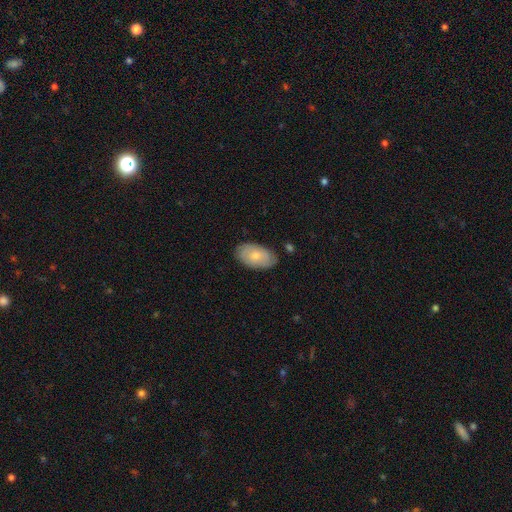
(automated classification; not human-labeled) smooth 69%, featured or disk 25%, star or artifact 6%. Down the decision tree: how rounded — in between (94%); merging — none (82%).